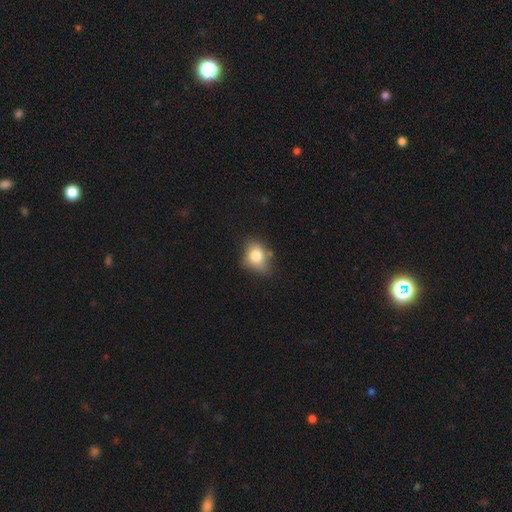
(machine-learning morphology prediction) A smooth galaxy with no disk features (76%) that is in between round and cigar-shaped (57%).

Vote fractions:
- Smooth or featured? smooth: 76% / featured or disk: 13% / star or artifact: 10%
- How rounded? in between: 57% / round: 41% / cigar-shaped: 1%
- Merging? none: 54% / minor disturbance: 31% / major disturbance: 8% / merger: 7%